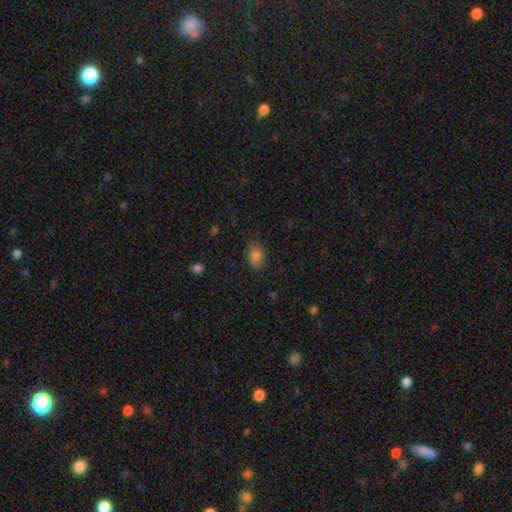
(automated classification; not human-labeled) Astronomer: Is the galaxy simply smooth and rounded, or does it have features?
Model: smooth — 83%.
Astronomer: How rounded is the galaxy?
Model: in between — 79%.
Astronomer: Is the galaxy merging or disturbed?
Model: none — 81%.